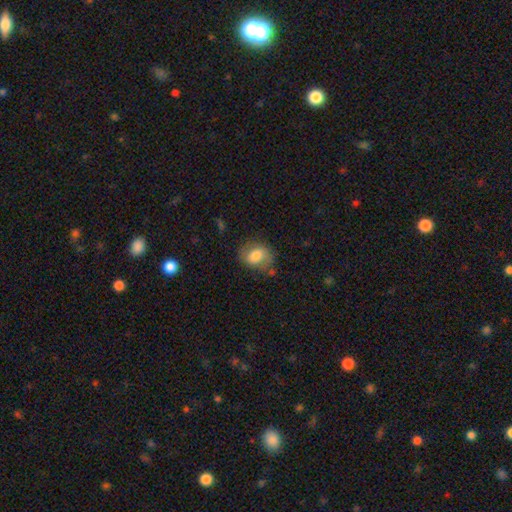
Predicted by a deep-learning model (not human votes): Morphology: type=smooth (72%); roundness=in between (59%); merging=none (66%).